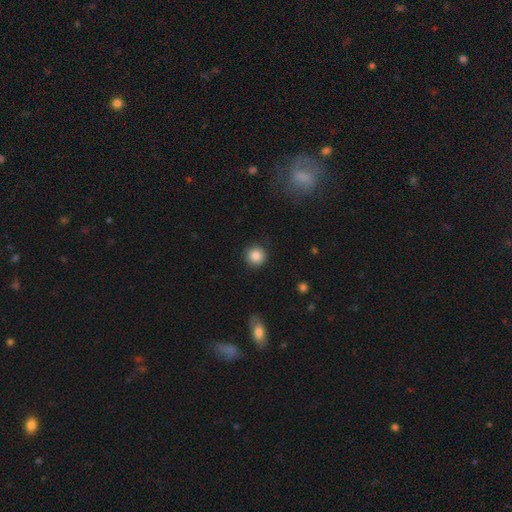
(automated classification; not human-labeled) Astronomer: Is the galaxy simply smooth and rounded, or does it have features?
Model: smooth — 86%.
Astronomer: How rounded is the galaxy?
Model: round — 94%.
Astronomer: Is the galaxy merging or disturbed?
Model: none — 89%.